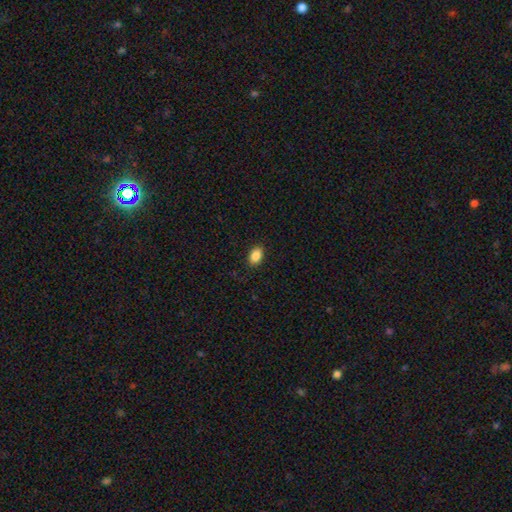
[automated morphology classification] Smooth or featured?
  - smooth: 88% *
  - star or artifact: 8%
  - featured or disk: 4%
How rounded?
  - in between: 85% *
  - round: 14%
  - cigar-shaped: 1%
Merging?
  - none: 89% *
  - minor disturbance: 8%
  - major disturbance: 2%
  - merger: 1%